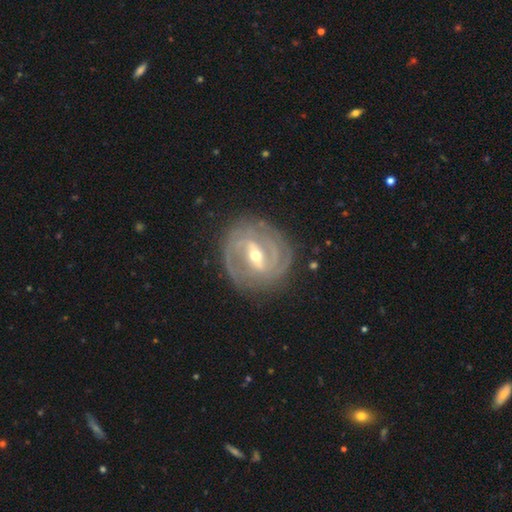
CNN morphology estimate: Q: Smooth or featured?
A: featured or disk (88%); runner-up: smooth (7%)
Q: Edge-on disk?
A: no (95%); runner-up: yes (5%)
Q: Bar?
A: strong (55%); runner-up: weak (35%)
Q: Spiral arms?
A: yes (95%); runner-up: no (5%)
Q: Spiral winding?
A: tight (70%); runner-up: medium (25%)
Q: Spiral arm count?
A: 2 (39%); runner-up: can't tell (22%)
Q: Bulge size?
A: moderate (51%); runner-up: small (46%)
Q: Merging?
A: none (81%); runner-up: minor disturbance (13%)